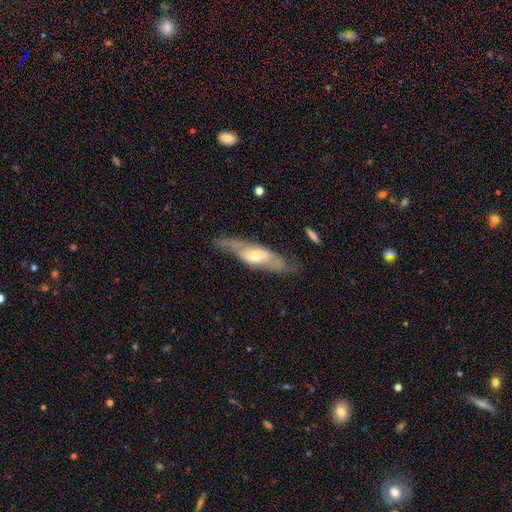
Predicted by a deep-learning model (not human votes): Smooth or featured? featured or disk (65%)
Edge-on disk? no (66%)
Merging? none (68%)